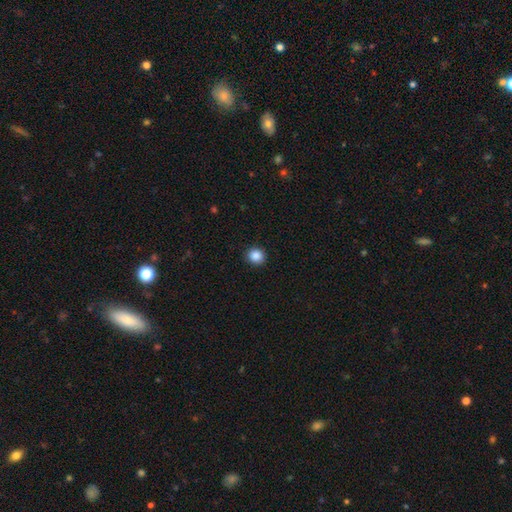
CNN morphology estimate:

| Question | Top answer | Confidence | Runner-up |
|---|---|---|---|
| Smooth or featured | smooth | 88% | star or artifact (9%) |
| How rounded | round | 87% | in between (12%) |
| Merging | none | 92% | minor disturbance (6%) |